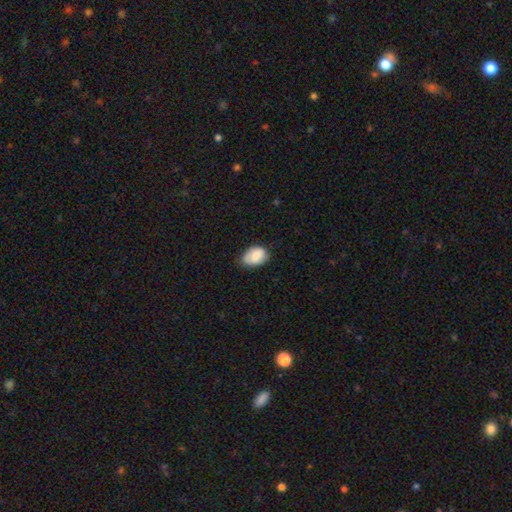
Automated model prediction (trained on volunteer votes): Q: Smooth or featured?
A: smooth (82%); runner-up: featured or disk (11%)
Q: How rounded?
A: in between (82%); runner-up: round (17%)
Q: Merging?
A: none (56%); runner-up: minor disturbance (37%)